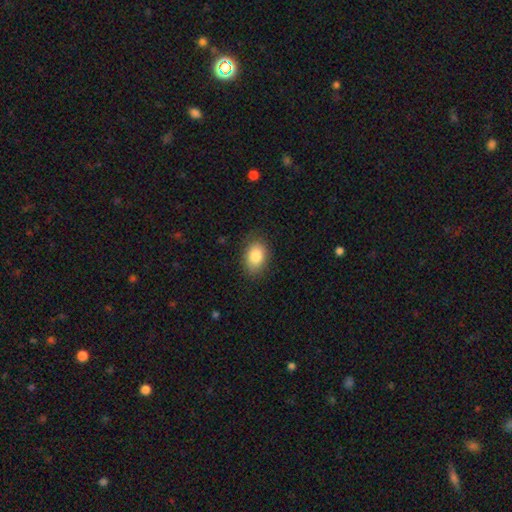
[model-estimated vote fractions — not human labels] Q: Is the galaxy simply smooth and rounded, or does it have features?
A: smooth — 86%.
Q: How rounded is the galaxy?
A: in between — 82%.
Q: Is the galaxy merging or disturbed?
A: none — 85%.